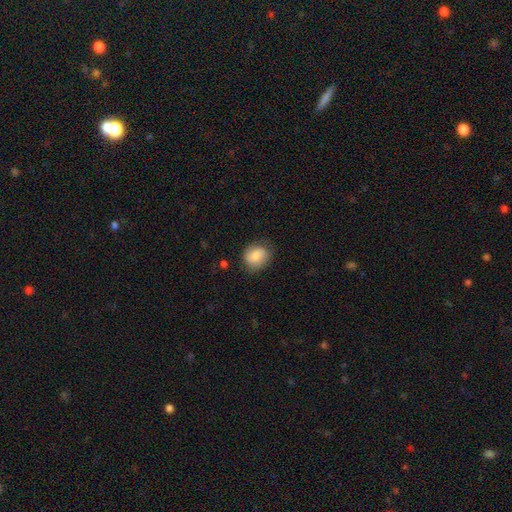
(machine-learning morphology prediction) Smooth or featured: smooth — 76% (featured or disk — 16%)
How rounded: round — 65% (in between — 35%)
Merging: none — 73% (minor disturbance — 20%)